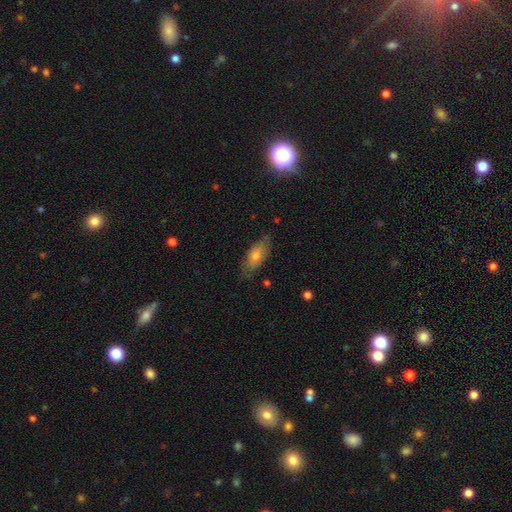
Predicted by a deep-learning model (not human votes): Smooth or featured?
  - smooth: 61% *
  - featured or disk: 31%
  - star or artifact: 9%
How rounded?
  - in between: 71% *
  - cigar-shaped: 25%
  - round: 3%
Merging?
  - none: 77% *
  - minor disturbance: 18%
  - major disturbance: 4%
  - merger: 1%